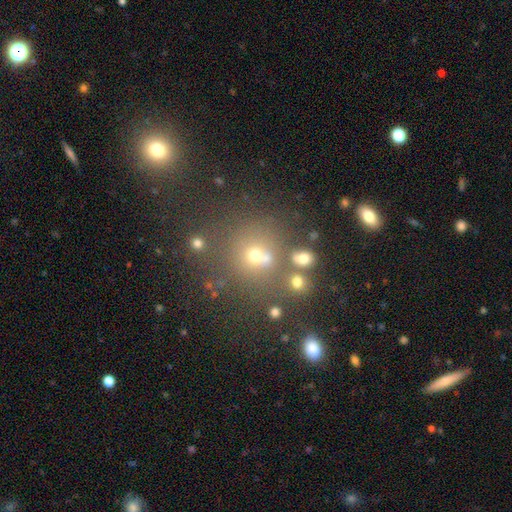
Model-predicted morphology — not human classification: Smooth or featured? smooth (62%)
How rounded? round (83%)
Merging? none (61%)